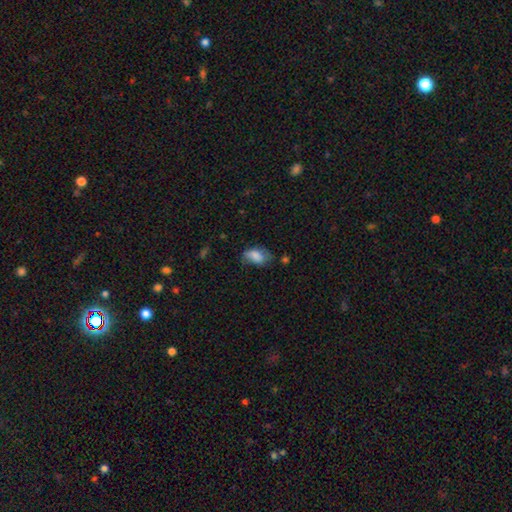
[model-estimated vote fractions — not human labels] smooth 75%, featured or disk 17%, star or artifact 8%. Down the decision tree: how rounded — in between (90%); merging — none (44%).